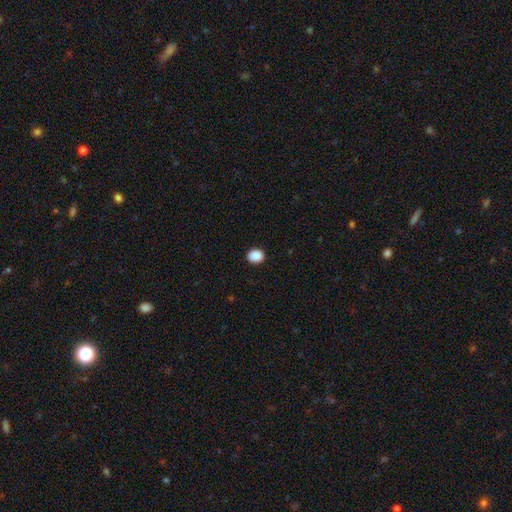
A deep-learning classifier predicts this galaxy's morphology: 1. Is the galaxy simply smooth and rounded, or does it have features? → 90% smooth, 8% star or artifact, 2% featured or disk.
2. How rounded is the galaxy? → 67% round, 32% in between, 1% cigar-shaped.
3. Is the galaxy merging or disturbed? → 92% none, 6% minor disturbance, 2% major disturbance, 1% merger.